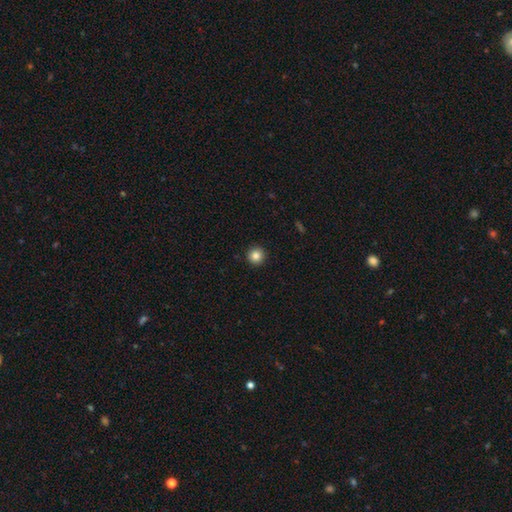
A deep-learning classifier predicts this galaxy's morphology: type=smooth (84%); roundness=round (96%); merging=none (93%).